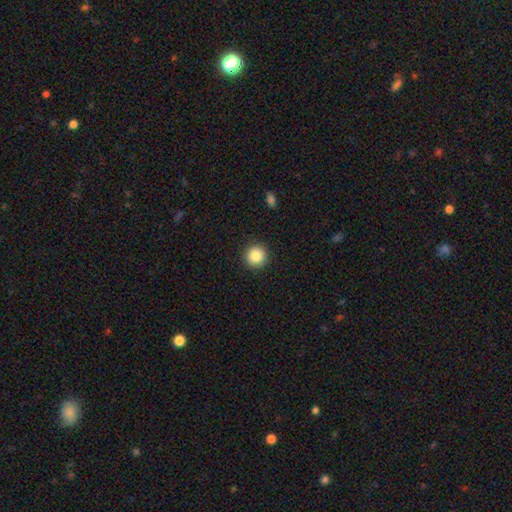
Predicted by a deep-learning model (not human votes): Morphology: type=smooth (86%); roundness=round (95%); merging=none (92%).